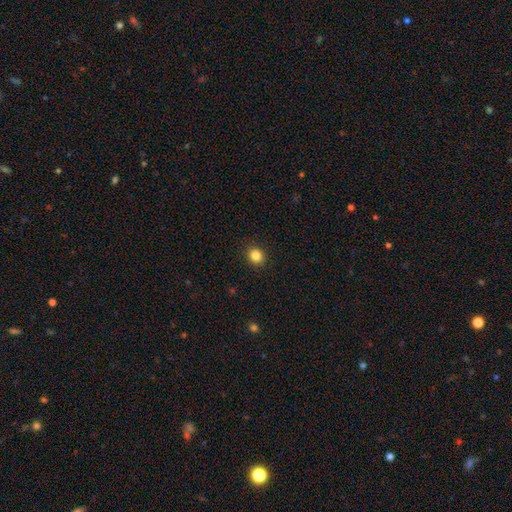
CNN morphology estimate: A smooth galaxy with no disk features (85%) that is round (84%). Merging: none (91%).